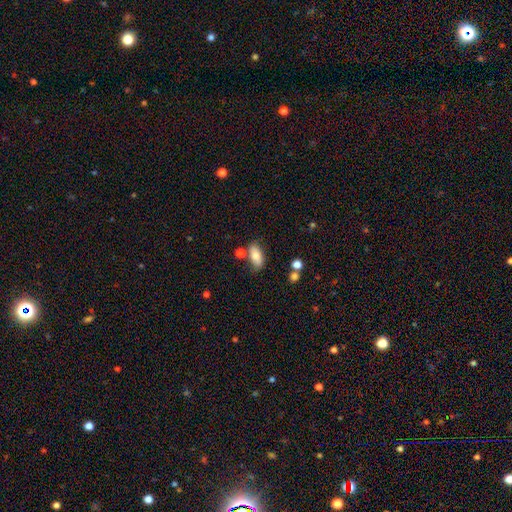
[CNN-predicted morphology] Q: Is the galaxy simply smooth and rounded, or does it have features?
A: smooth — 75%.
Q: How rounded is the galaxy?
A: in between — 87%.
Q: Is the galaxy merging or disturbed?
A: none — 69%.